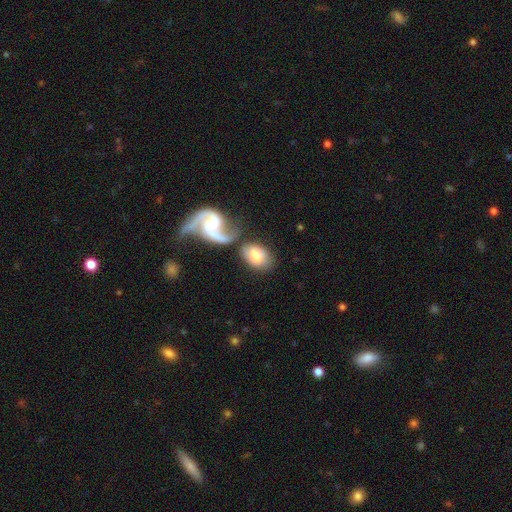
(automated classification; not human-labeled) This appears to be a smooth galaxy with no disk features (66%) that is in between round and cigar-shaped (80%). Merging: none (46%).